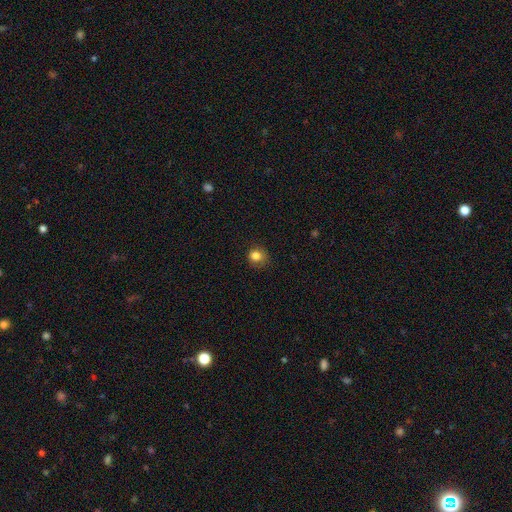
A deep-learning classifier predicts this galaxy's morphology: This is clearly a smooth galaxy (82%). How rounded: clearly round (80%). Merging: likely none (71%).